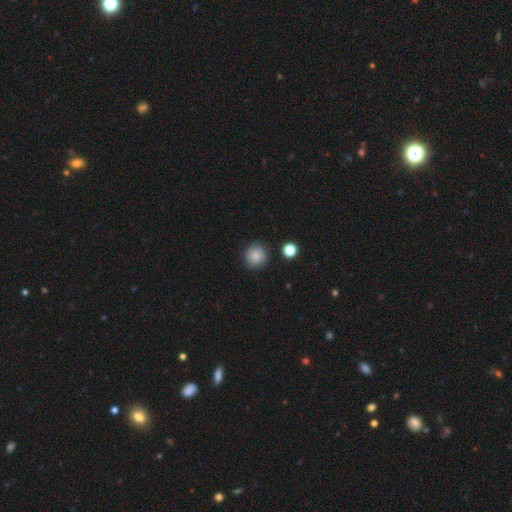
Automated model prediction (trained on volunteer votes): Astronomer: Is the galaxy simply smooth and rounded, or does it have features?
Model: smooth — 85%.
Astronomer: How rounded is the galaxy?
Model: round — 92%.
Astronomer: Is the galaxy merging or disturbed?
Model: none — 87%.